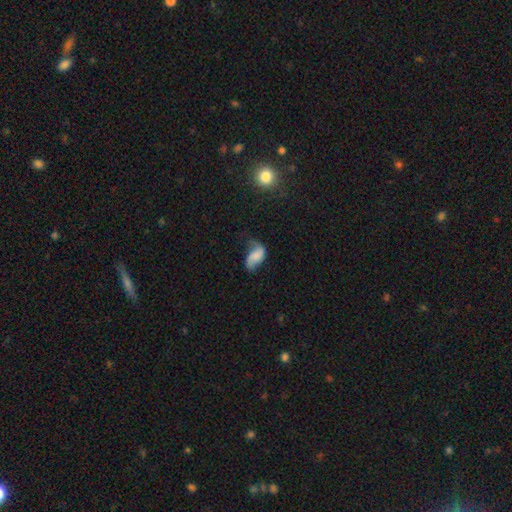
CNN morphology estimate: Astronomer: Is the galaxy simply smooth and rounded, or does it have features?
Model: smooth — 46% (runner-up: featured or disk, 44%).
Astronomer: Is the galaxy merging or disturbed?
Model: none — 42% (runner-up: minor disturbance, 32%).